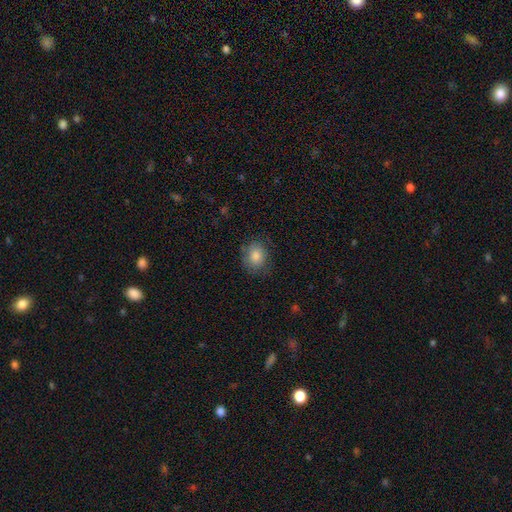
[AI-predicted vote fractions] Overall: smooth (82%). How rounded: round (64%; in between 35%). Merging: none (77%).